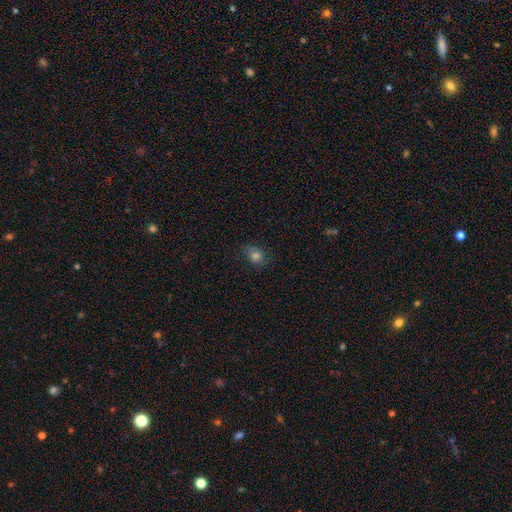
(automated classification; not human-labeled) Overall: smooth (75%). How rounded: round (60%; in between 39%). Merging: none (65%).